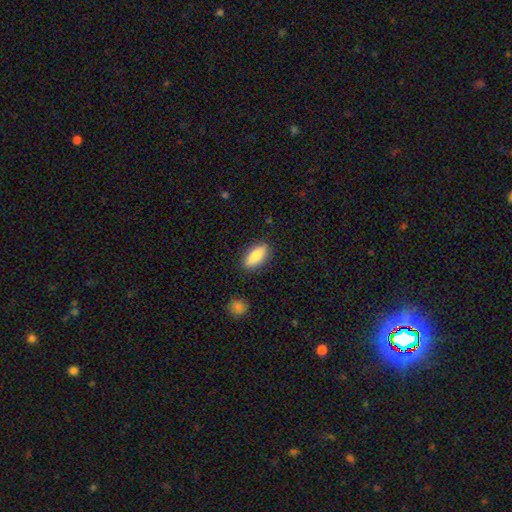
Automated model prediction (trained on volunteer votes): Smooth or featured: smooth — 81% (featured or disk — 13%)
How rounded: in between — 79% (cigar-shaped — 18%)
Merging: none — 86% (minor disturbance — 10%)